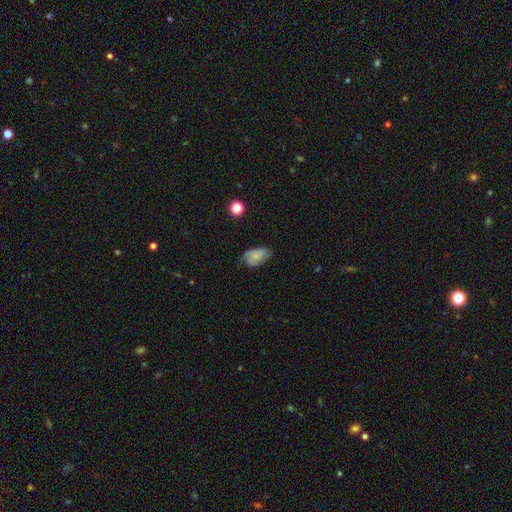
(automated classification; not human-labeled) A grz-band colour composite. It shows a smooth galaxy with no disk features (59%) that is in between round and cigar-shaped (90%). Merging: none (56%).